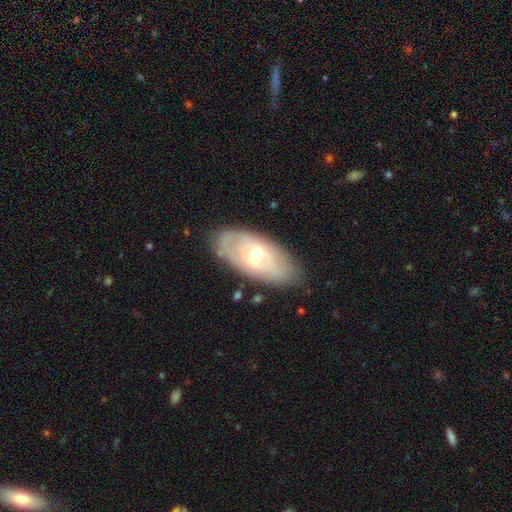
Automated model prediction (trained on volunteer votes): This appears to be a featured or disk galaxy (60%) with no bar (48%), spiral arms (54%) and a moderate central bulge (58%). Merging: none (79%).